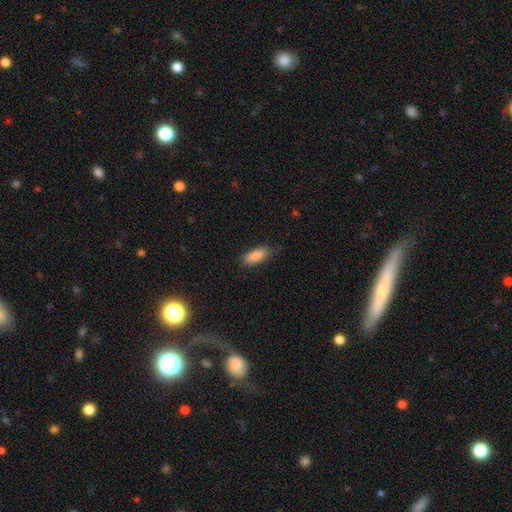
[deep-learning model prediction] Overall: smooth (87%). How rounded: in between (78%). Merging: none (79%).